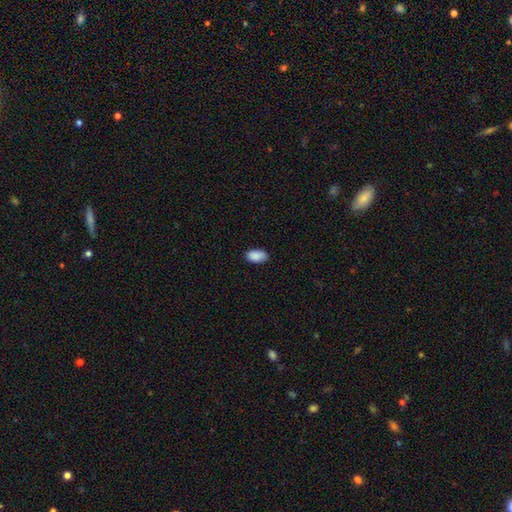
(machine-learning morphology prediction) type=smooth (90%); roundness=in between (94%); merging=none (81%).